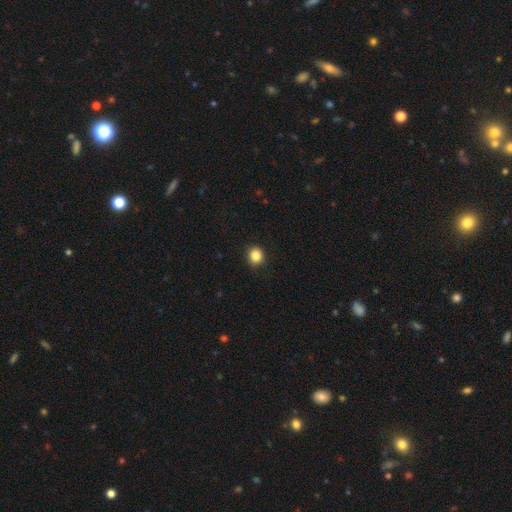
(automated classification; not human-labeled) Smooth or featured? smooth (86%)
How rounded? round (86%)
Merging? none (89%)